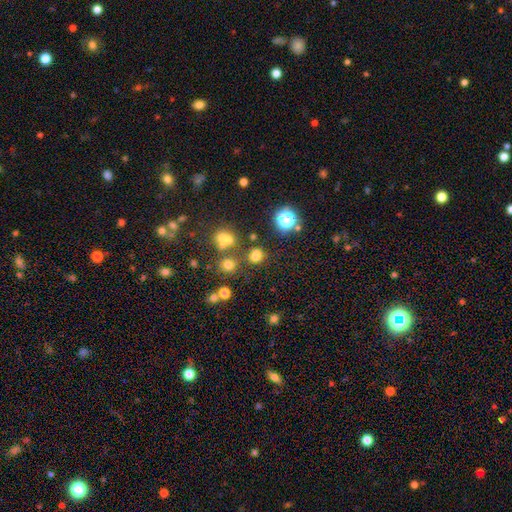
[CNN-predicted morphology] This is likely a smooth galaxy (67%). How rounded: likely round (78%). Merging: likely none (72%).